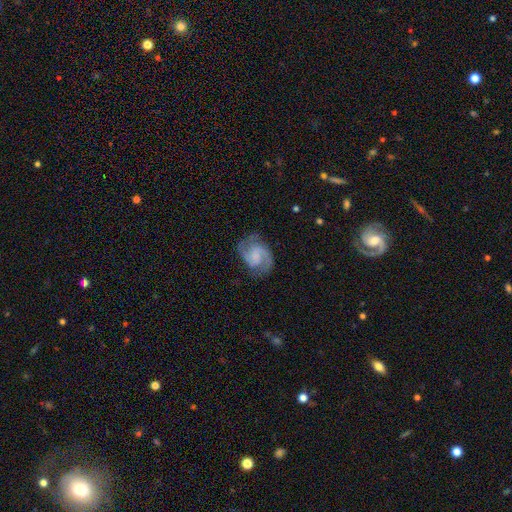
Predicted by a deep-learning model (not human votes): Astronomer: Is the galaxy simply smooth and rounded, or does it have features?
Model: featured or disk — 84%.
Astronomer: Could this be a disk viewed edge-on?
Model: no — 98%.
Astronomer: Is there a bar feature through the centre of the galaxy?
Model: no — 50% (runner-up: weak, 42%).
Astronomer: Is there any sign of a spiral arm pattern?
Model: yes — 97%.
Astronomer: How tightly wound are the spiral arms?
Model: medium — 55%.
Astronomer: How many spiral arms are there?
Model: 2 — 89%.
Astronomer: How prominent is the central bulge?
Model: none — 56%.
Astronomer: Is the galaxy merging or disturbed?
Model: none — 73%.